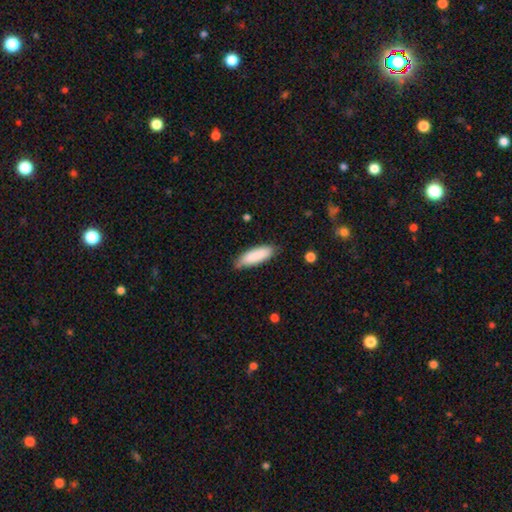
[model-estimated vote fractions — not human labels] Overall: smooth (87%). How rounded: in between (58%; cigar-shaped 41%). Merging: none (77%).